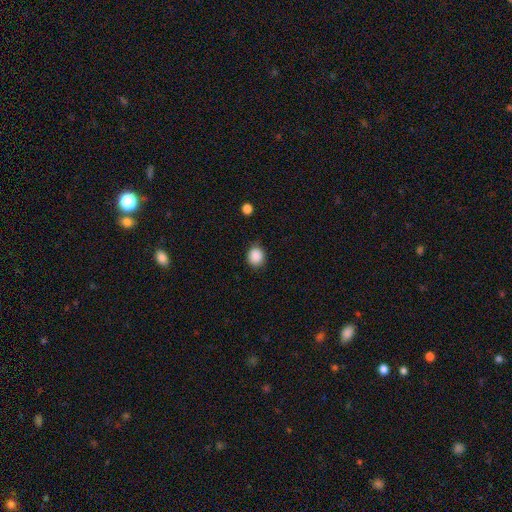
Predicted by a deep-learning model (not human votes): smooth 88%, star or artifact 9%, featured or disk 3%. Down the decision tree: how rounded — round (74%); merging — none (83%).